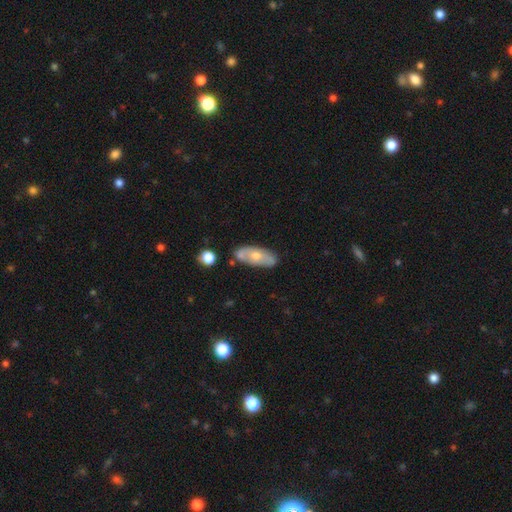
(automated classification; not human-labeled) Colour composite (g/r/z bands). It shows a smooth galaxy with no disk features (47%). Merging: none (71%).